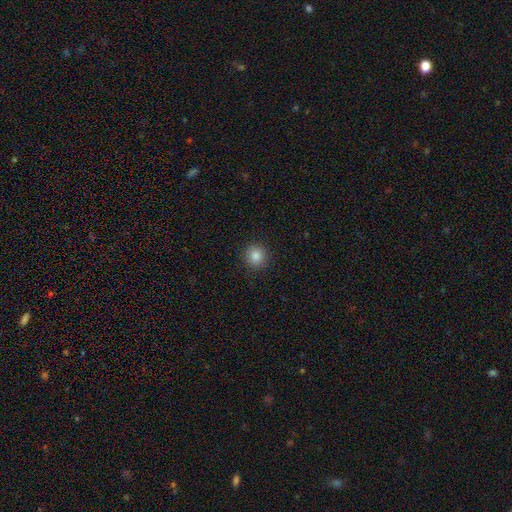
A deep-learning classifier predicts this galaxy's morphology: Smooth or featured: smooth — 85% (star or artifact — 11%)
How rounded: round — 94% (in between — 5%)
Merging: none — 91% (minor disturbance — 6%)